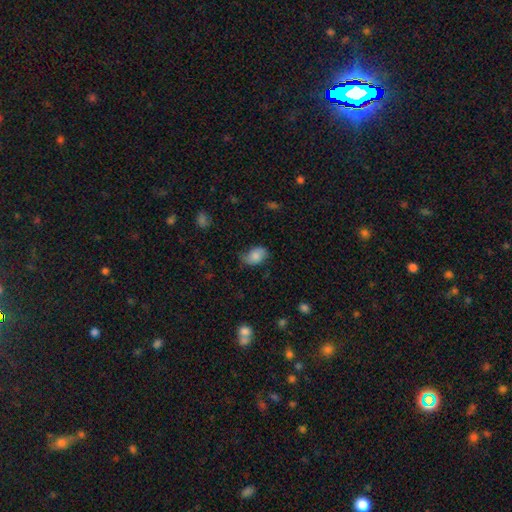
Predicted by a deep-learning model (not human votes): Overall: smooth (73%). How rounded: in between (84%). Merging: none (61%; minor disturbance 30%).